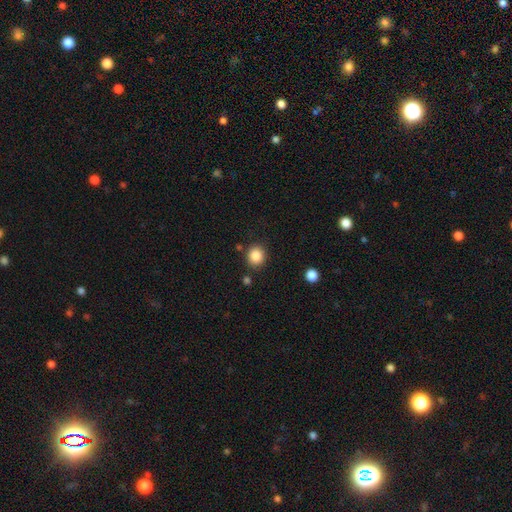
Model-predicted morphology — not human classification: This is clearly a smooth galaxy (86%). How rounded: clearly round (81%). Merging: clearly none (84%).